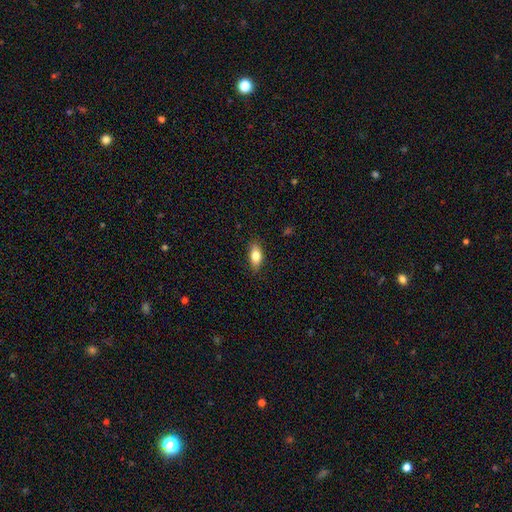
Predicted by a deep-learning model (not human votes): Q: Smooth or featured?
A: smooth (80%); runner-up: featured or disk (13%)
Q: How rounded?
A: in between (85%); runner-up: cigar-shaped (10%)
Q: Merging?
A: none (84%); runner-up: minor disturbance (12%)